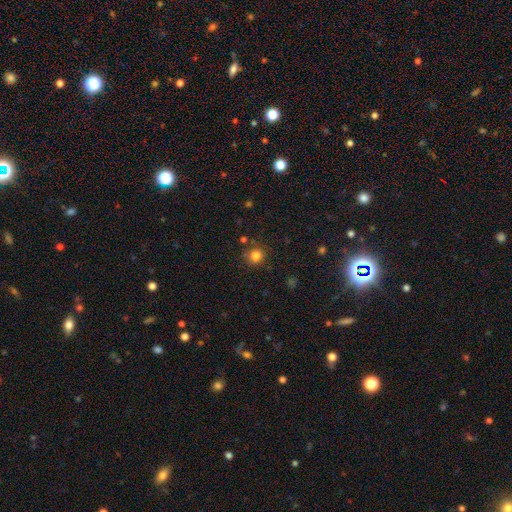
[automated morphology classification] smooth-or-featured: smooth: 82% | star or artifact: 12% | featured or disk: 6%
  how-rounded: round: 87% | in between: 12% | cigar-shaped: 1%
  merging: none: 78% | minor disturbance: 13% | merger: 4% | major disturbance: 4%